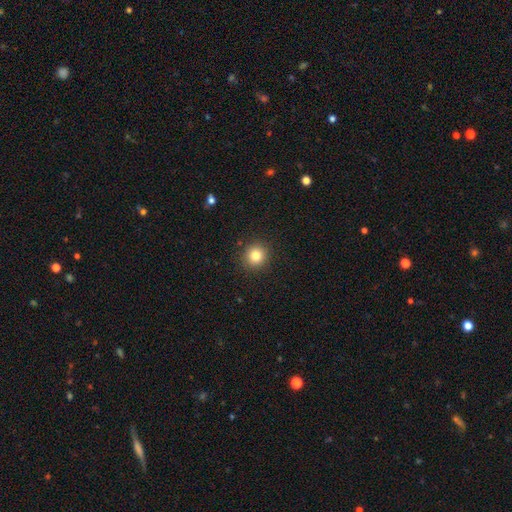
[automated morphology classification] Smooth or featured: smooth — 82% (star or artifact — 12%)
How rounded: round — 91% (in between — 8%)
Merging: none — 91% (minor disturbance — 6%)